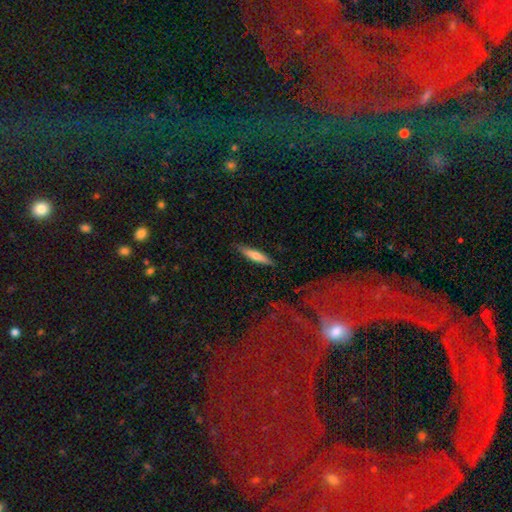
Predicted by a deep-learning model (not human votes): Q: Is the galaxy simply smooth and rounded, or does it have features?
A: smooth — 64%.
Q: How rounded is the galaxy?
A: cigar-shaped — 83%.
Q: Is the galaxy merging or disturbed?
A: none — 87%.